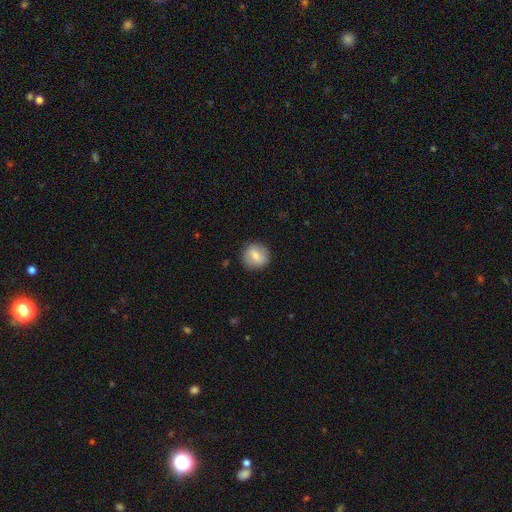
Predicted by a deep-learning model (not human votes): smooth_or_featured: smooth (p=0.70) [alt: featured or disk p=0.22]
how_rounded: round (p=0.88) [alt: in between p=0.11]
merging: none (p=0.87) [alt: minor disturbance p=0.09]